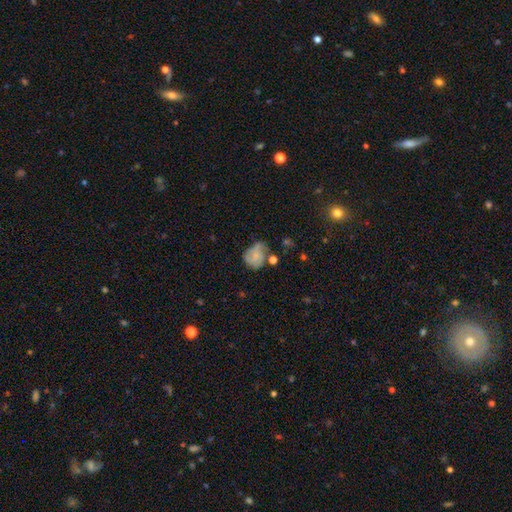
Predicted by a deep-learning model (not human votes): Smooth or featured: smooth — 56% (featured or disk — 34%)
How rounded: round — 54% (in between — 45%)
Merging: none — 37% (minor disturbance — 32%)